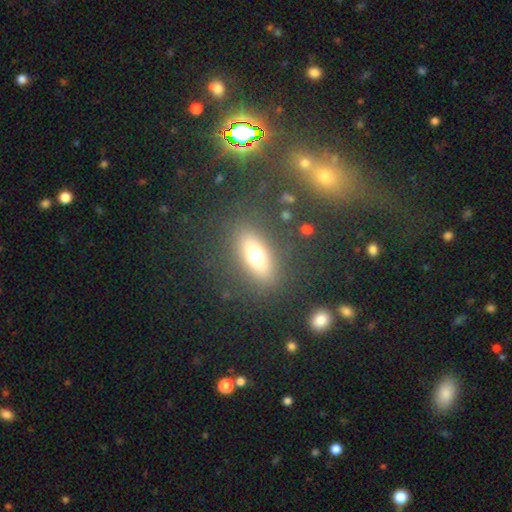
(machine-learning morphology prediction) A smooth galaxy with no disk features (61%) that is in between round and cigar-shaped (66%). Merging: none (83%).